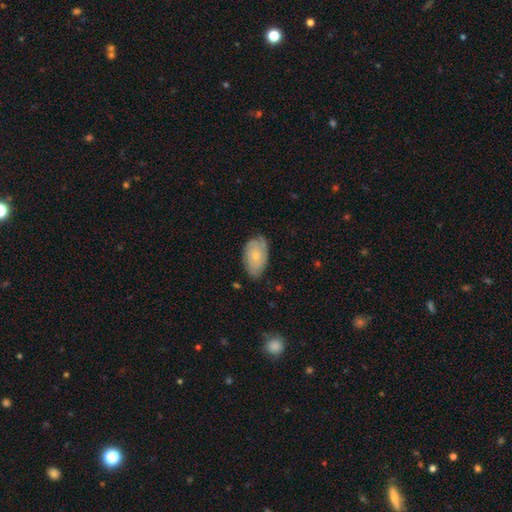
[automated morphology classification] Q: Smooth or featured?
A: featured or disk (49%); runner-up: smooth (45%)
Q: Merging?
A: none (70%); runner-up: minor disturbance (24%)